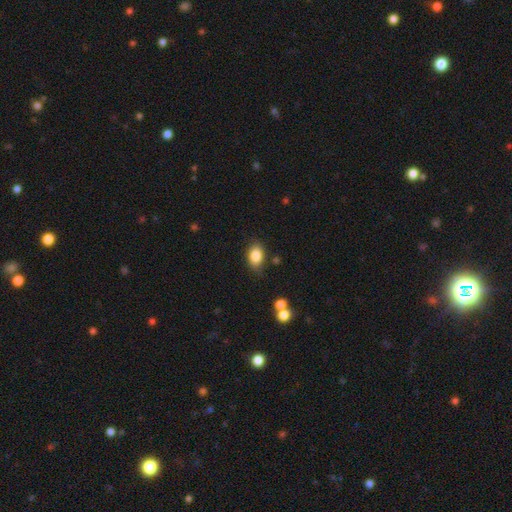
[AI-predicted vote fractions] Smooth or featured?
  - smooth: 85% *
  - star or artifact: 8%
  - featured or disk: 7%
How rounded?
  - in between: 83% *
  - round: 15%
  - cigar-shaped: 1%
Merging?
  - none: 78% *
  - minor disturbance: 15%
  - major disturbance: 3%
  - merger: 3%